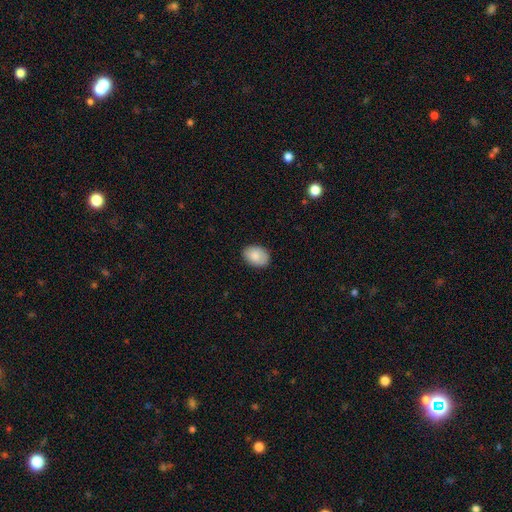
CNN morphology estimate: This is clearly a smooth galaxy (87%). How rounded: clearly in between (80%). Merging: clearly none (86%).